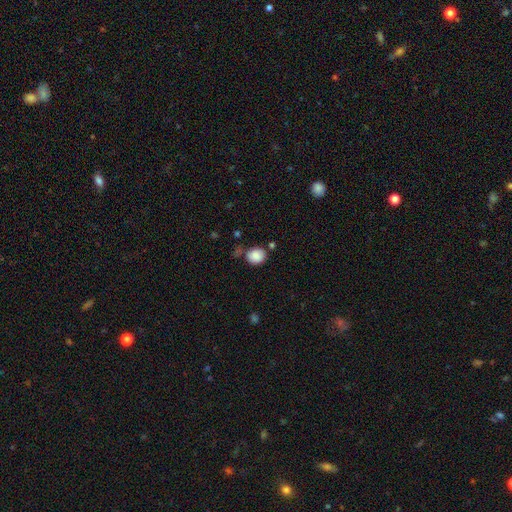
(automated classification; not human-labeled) Q: Smooth or featured?
A: smooth (86%); runner-up: star or artifact (9%)
Q: How rounded?
A: round (75%); runner-up: in between (24%)
Q: Merging?
A: none (66%); runner-up: minor disturbance (19%)